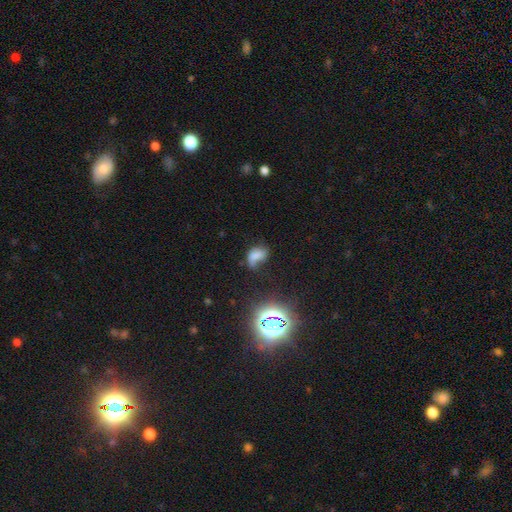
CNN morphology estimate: The model was most divided on "merging": major disturbance: 32%, none: 31%, minor disturbance: 29%, merger: 9%. More confident: how rounded — in between (80%); smooth or featured — smooth (57%).